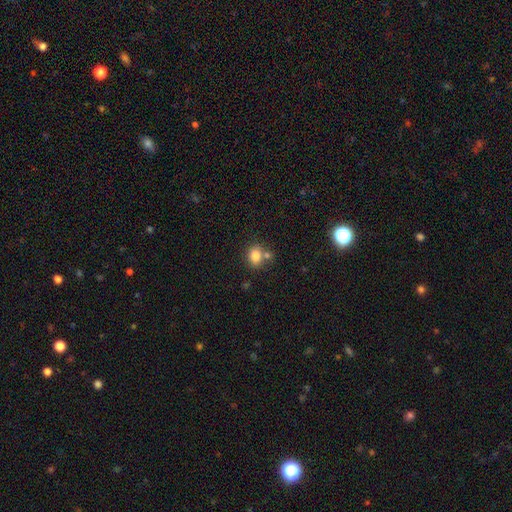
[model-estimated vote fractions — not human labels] A smooth galaxy with no disk features (82%) that is round (51%). Merging: none (60%).